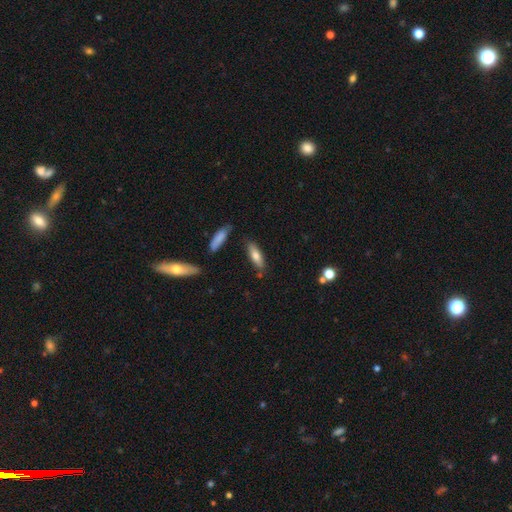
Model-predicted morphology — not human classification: Smooth or featured? Predicted: smooth (p=0.72). How rounded? Predicted: in between (p=0.49, tied with cigar-shaped). Merging? Predicted: none (p=0.78).